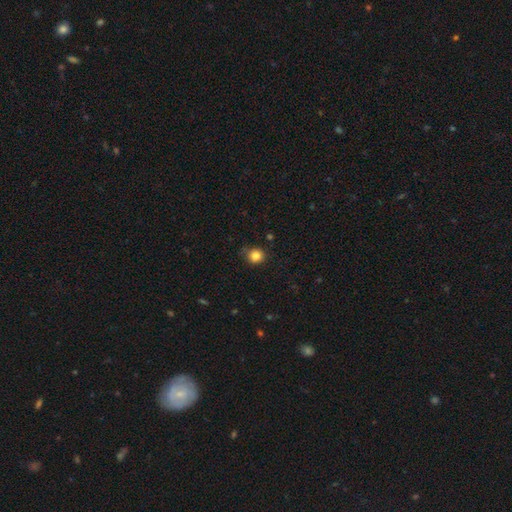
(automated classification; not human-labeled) A smooth galaxy with no disk features (84%) that is round (86%). Merging: none (76%).